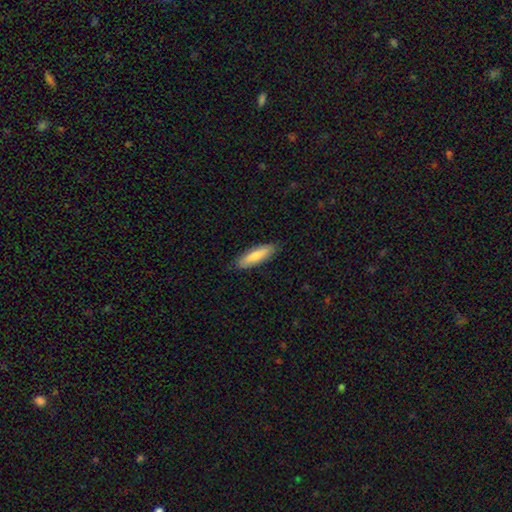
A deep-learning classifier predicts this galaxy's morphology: type=smooth (75%); roundness=cigar-shaped (61%); merging=none (86%).